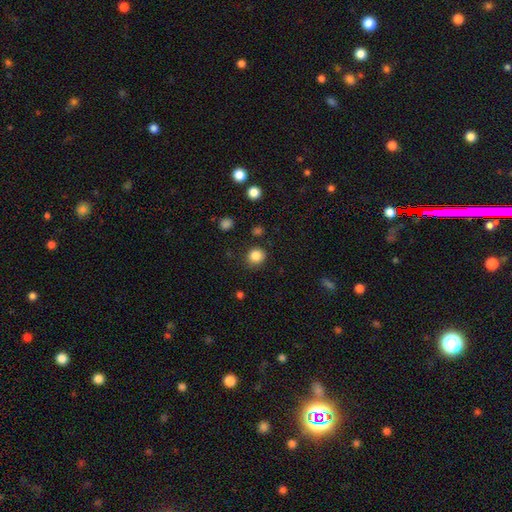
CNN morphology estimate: A smooth galaxy with no disk features (85%) that is round (86%). Merging: none (85%).